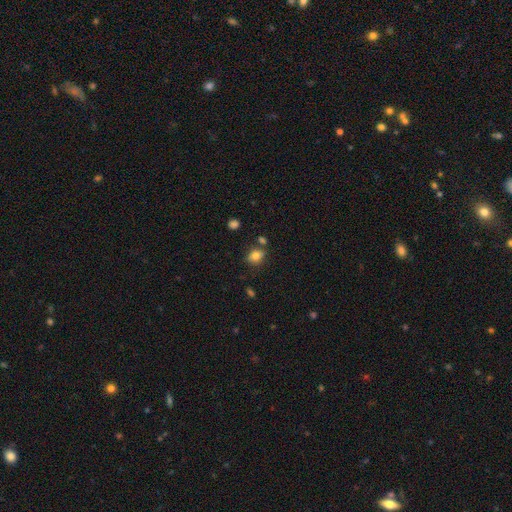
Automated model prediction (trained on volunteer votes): smooth 80%, star or artifact 11%, featured or disk 9%. Down the decision tree: how rounded — in between (56%); merging — none (71%).